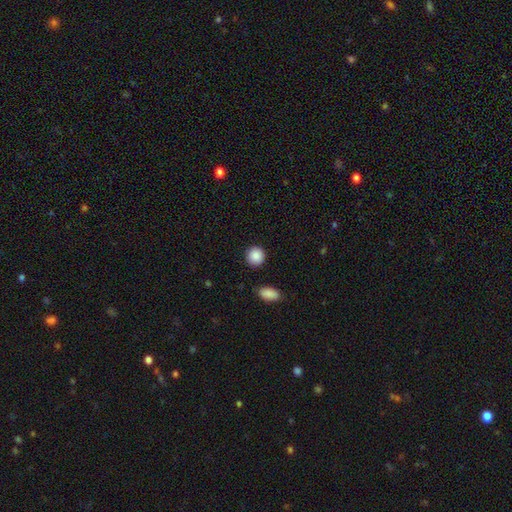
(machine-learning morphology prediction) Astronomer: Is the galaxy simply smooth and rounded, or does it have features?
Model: smooth — 88%.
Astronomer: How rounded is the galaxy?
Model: round — 90%.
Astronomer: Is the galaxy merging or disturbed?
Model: none — 90%.